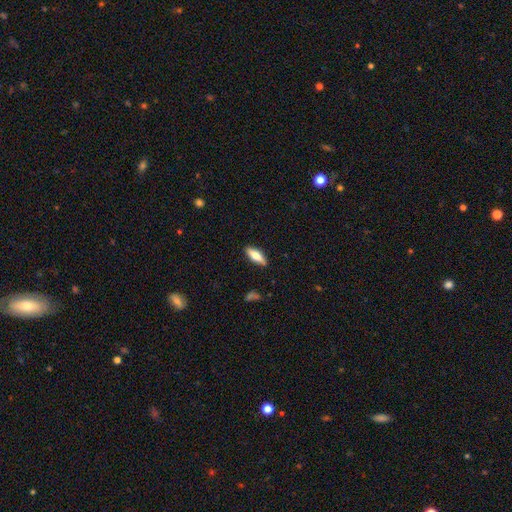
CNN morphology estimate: This is likely a smooth galaxy (61%). How rounded: possibly in between (57%). Merging: clearly none (87%).